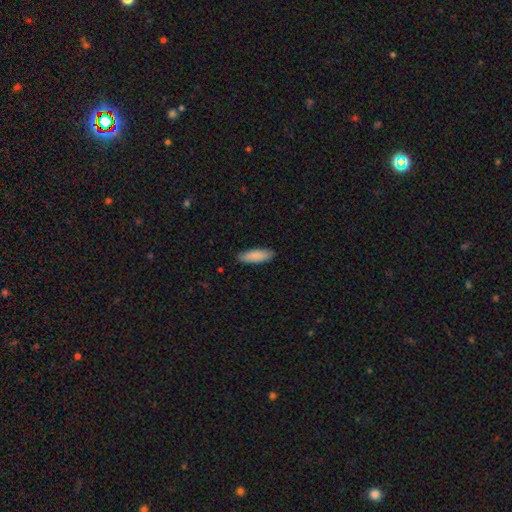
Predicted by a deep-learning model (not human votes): This appears to be a smooth galaxy with no disk features (88%) that is in between round and cigar-shaped (55%). Merging: none (87%).